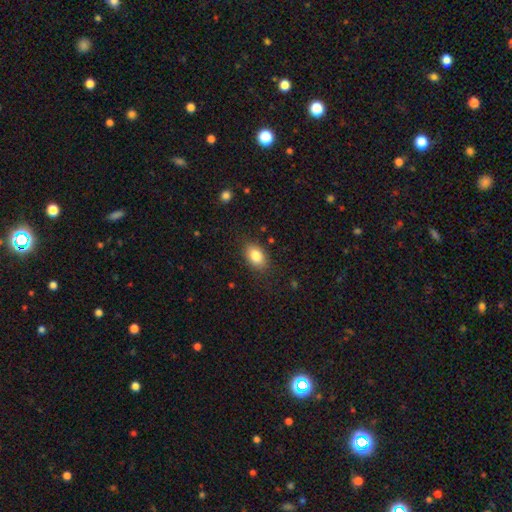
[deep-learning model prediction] Smooth or featured? smooth (84%)
How rounded? in between (87%)
Merging? none (83%)